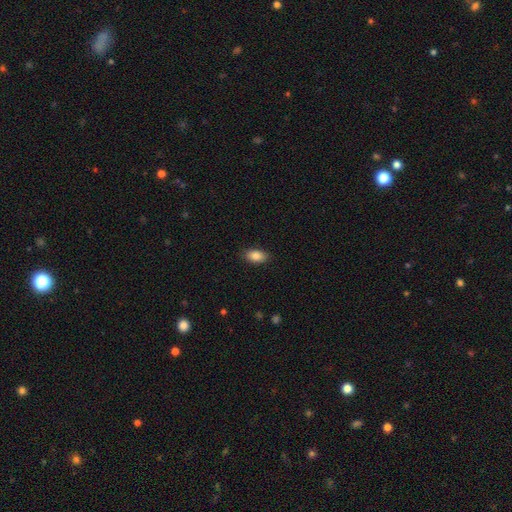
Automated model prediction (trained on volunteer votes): Q: Smooth or featured?
A: smooth (86%); runner-up: star or artifact (8%)
Q: How rounded?
A: in between (91%); runner-up: round (6%)
Q: Merging?
A: none (88%); runner-up: minor disturbance (9%)